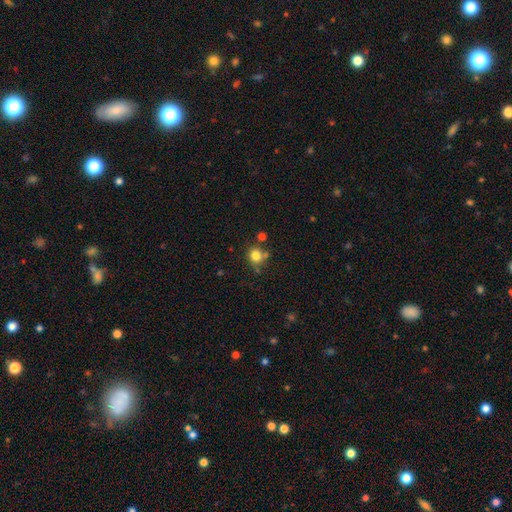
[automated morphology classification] A smooth galaxy with no disk features (80%) that is round (87%). Merging: none (71%).